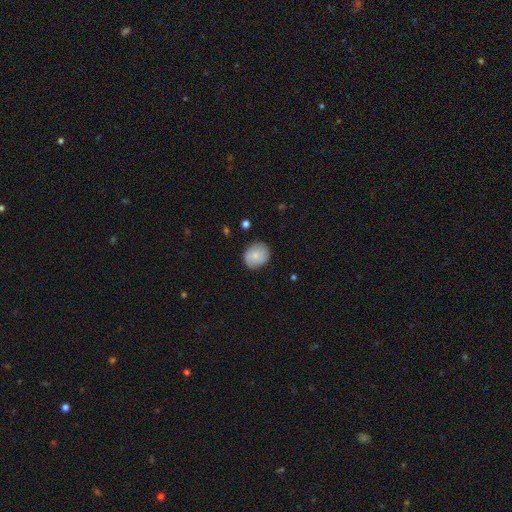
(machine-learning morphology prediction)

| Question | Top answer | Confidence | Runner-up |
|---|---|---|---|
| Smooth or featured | smooth | 76% | featured or disk (17%) |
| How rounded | round | 73% | in between (26%) |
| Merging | none | 79% | minor disturbance (16%) |